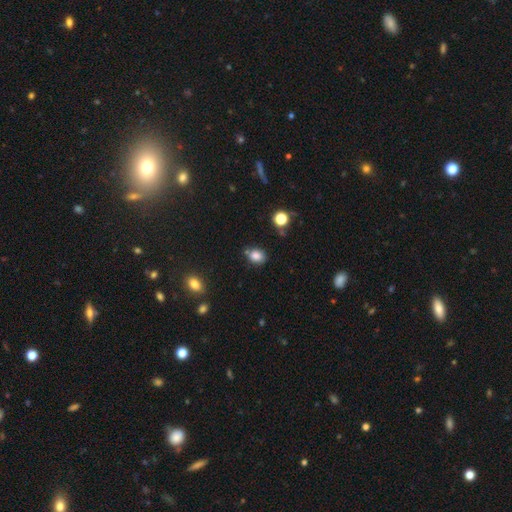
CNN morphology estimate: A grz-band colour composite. It shows a smooth galaxy with no disk features (82%) that is in between round and cigar-shaped (51%). Merging: none (72%).